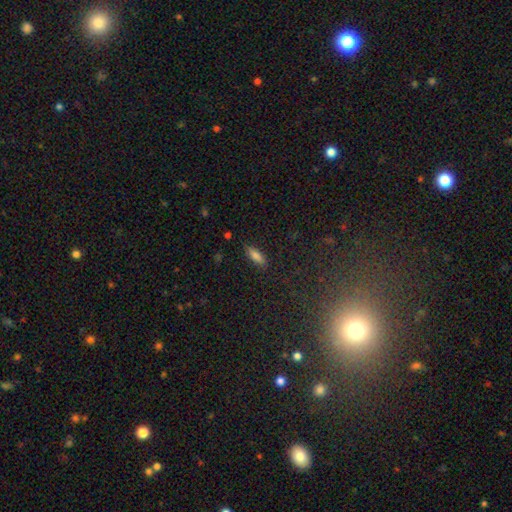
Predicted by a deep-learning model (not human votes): Q: Smooth or featured?
A: smooth (82%); runner-up: featured or disk (10%)
Q: How rounded?
A: in between (61%); runner-up: cigar-shaped (37%)
Q: Merging?
A: none (85%); runner-up: minor disturbance (11%)